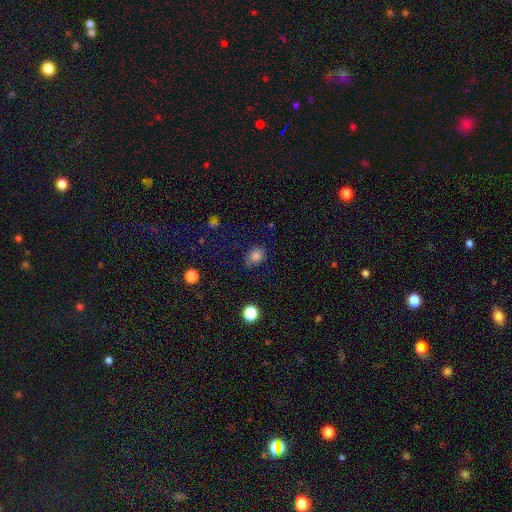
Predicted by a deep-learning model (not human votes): This appears to be a smooth galaxy with no disk features (81%) that is round (51%). Merging: none (76%).